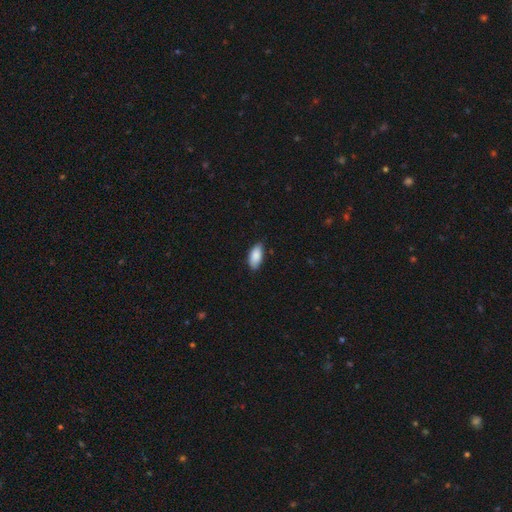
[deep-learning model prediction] Morphology: type=smooth (88%); roundness=in between (92%); merging=none (77%).